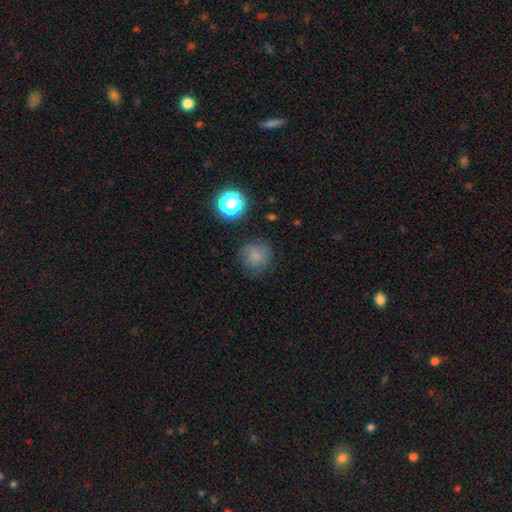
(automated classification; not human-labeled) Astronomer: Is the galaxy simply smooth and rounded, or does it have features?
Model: smooth — 78%.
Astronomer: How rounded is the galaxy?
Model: round — 91%.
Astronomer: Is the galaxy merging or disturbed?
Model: none — 78%.